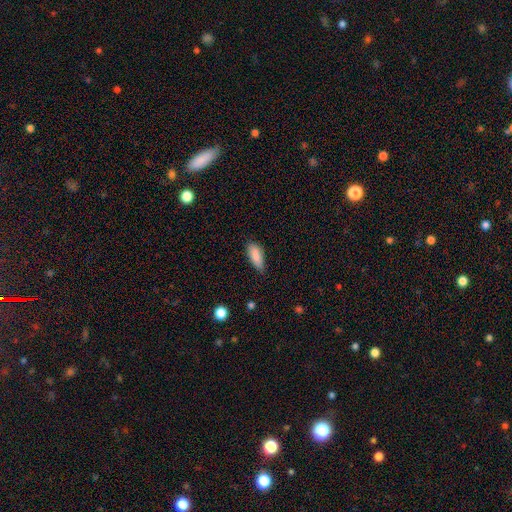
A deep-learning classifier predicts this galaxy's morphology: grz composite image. It shows a smooth galaxy with no disk features (87%) that is in between round and cigar-shaped (77%). Merging: none (68%).